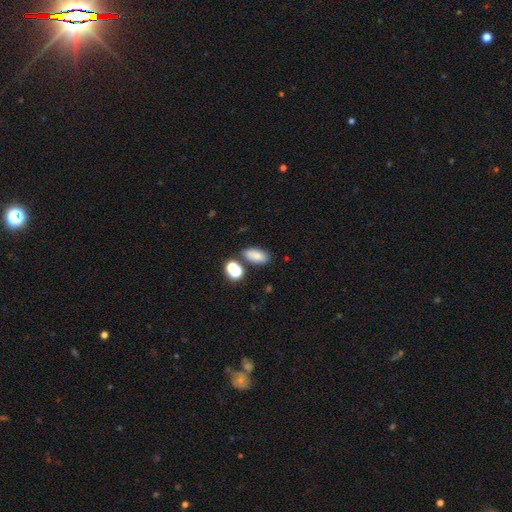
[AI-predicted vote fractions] smooth_or_featured: smooth (p=0.75) [alt: featured or disk p=0.13]
how_rounded: in between (p=0.84) [alt: round p=0.10]
merging: none (p=0.69) [alt: merger p=0.14]